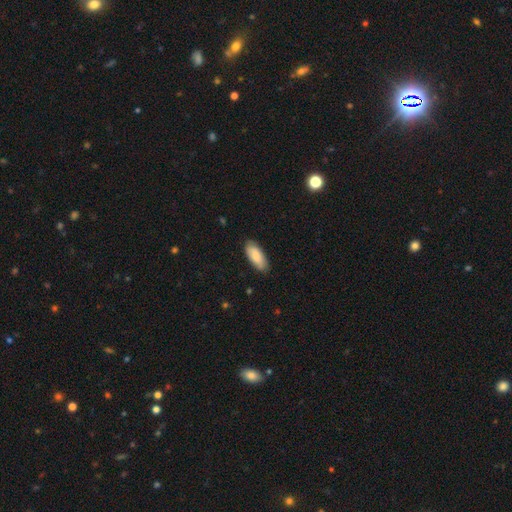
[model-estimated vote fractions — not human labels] Overall: smooth (83%). How rounded: in between (82%). Merging: none (83%).